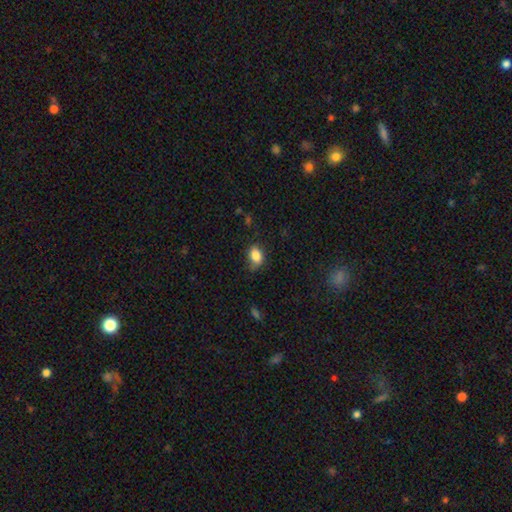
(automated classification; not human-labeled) This appears to be a smooth galaxy with no disk features (84%) that is in between round and cigar-shaped (73%). Merging: none (66%).